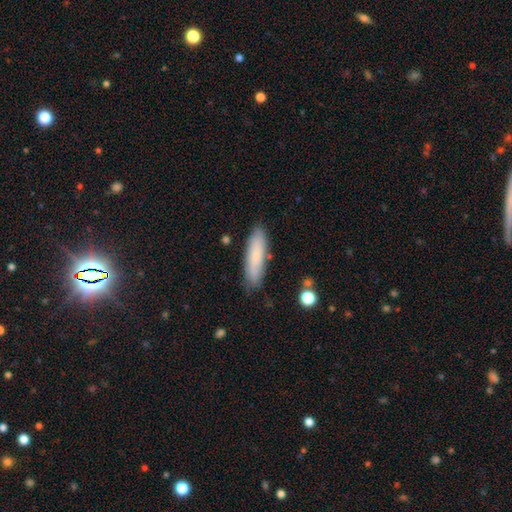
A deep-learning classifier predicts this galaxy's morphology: This is likely a smooth galaxy (78%). How rounded: likely cigar-shaped (66%). Merging: clearly none (84%).